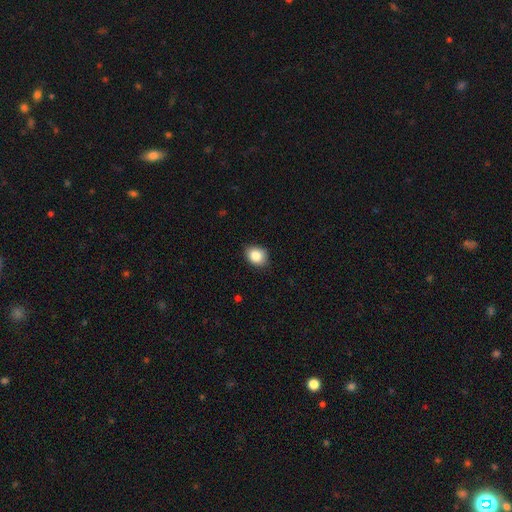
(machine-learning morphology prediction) A smooth galaxy with no disk features (85%) that is in between round and cigar-shaped (51%). Merging: none (84%).